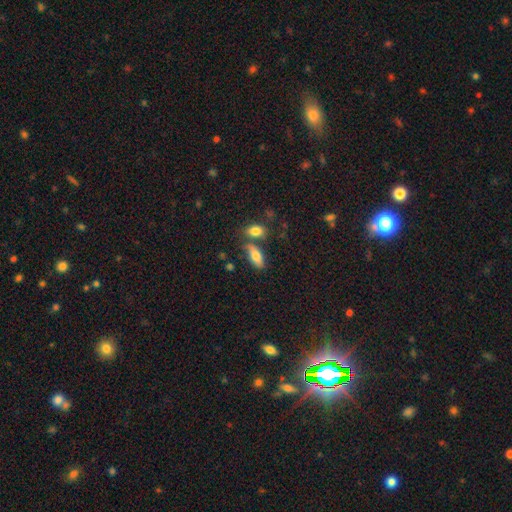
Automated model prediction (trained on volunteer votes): This is likely a smooth galaxy (76%). How rounded: likely in between (75%). Merging: likely none (62%).